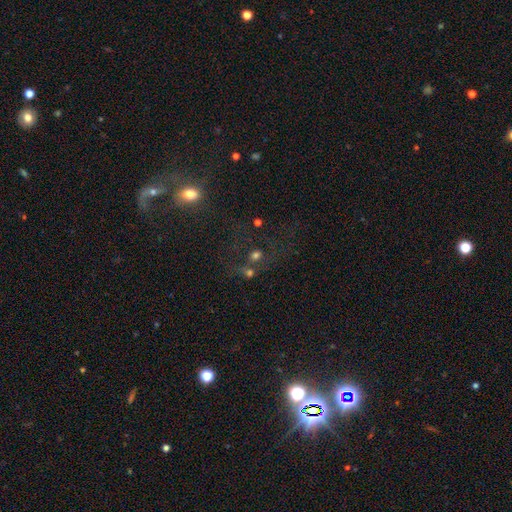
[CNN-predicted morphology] Smooth or featured? smooth (48%)
Merging? none (41%)